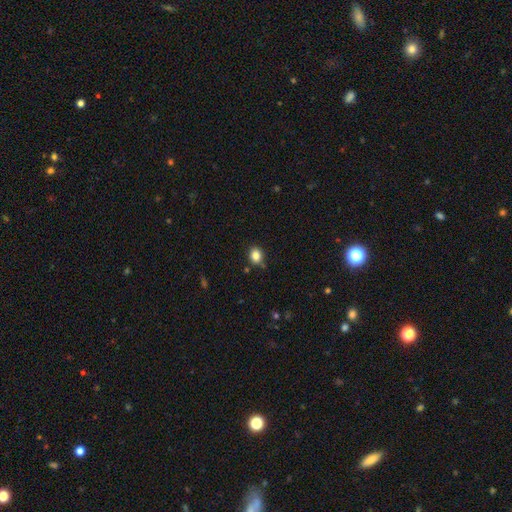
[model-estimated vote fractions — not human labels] A smooth galaxy with no disk features (84%) that is round (54%). Merging: none (80%).